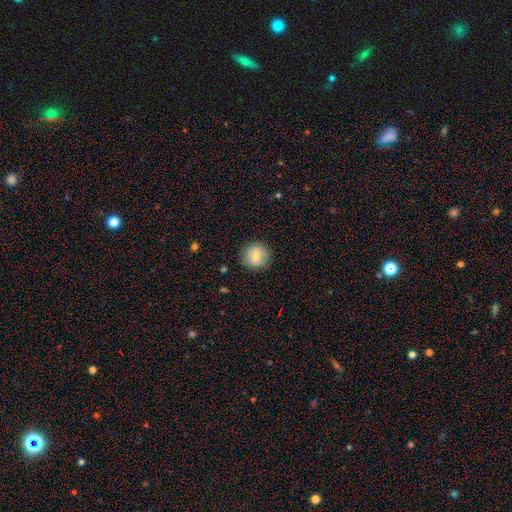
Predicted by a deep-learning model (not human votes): smooth 72%, featured or disk 20%, star or artifact 8%. Down the decision tree: how rounded — round (91%); merging — none (87%).